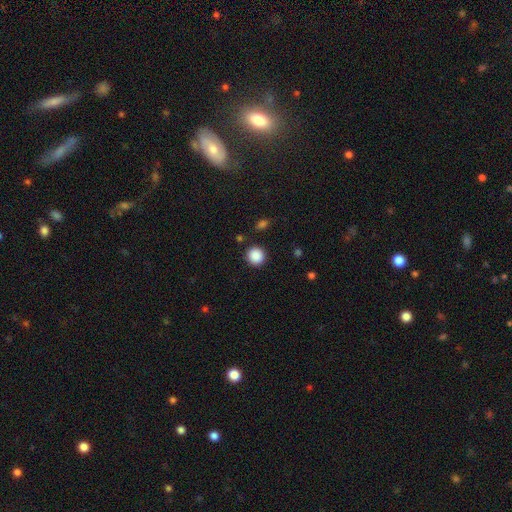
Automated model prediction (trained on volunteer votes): Smooth or featured? smooth (89%)
How rounded? round (90%)
Merging? none (89%)